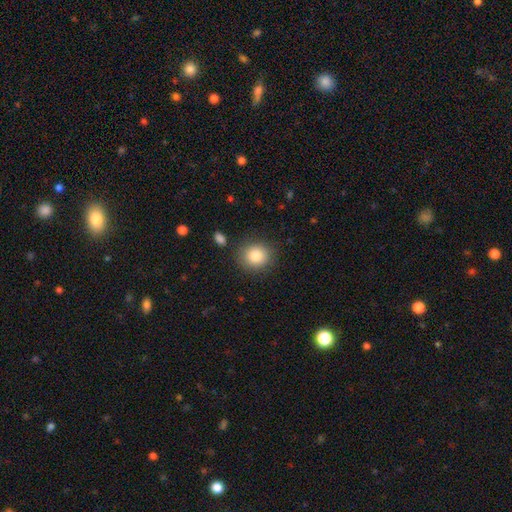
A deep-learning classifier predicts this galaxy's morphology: Q: Smooth or featured?
A: smooth (83%); runner-up: star or artifact (9%)
Q: How rounded?
A: round (83%); runner-up: in between (16%)
Q: Merging?
A: none (86%); runner-up: minor disturbance (9%)